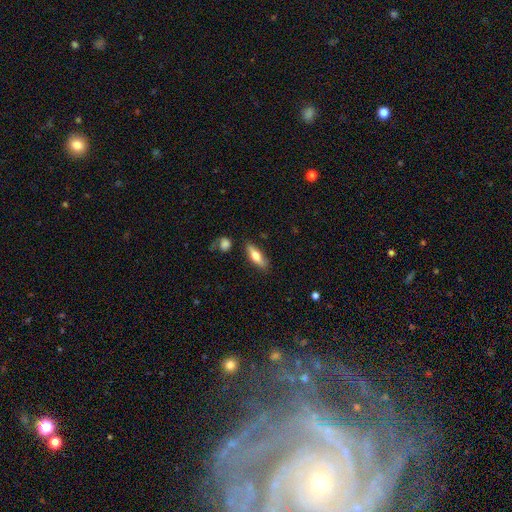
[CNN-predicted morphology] smooth-or-featured: smooth: 64% | featured or disk: 29% | star or artifact: 6%
  how-rounded: in between: 51% | cigar-shaped: 47% | round: 3%
  merging: none: 79% | minor disturbance: 14% | merger: 4% | major disturbance: 3%